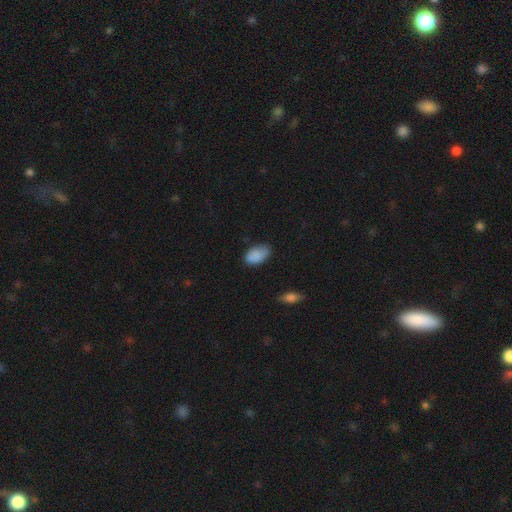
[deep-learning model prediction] This is clearly a smooth galaxy (86%). How rounded: clearly in between (91%). Merging: likely none (68%).